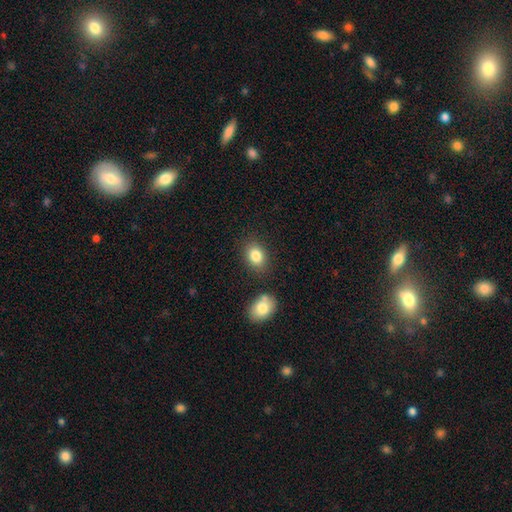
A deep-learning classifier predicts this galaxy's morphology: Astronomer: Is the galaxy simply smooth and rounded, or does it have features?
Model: smooth — 83%.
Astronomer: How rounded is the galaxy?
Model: in between — 68%.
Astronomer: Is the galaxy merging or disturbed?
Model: none — 78%.